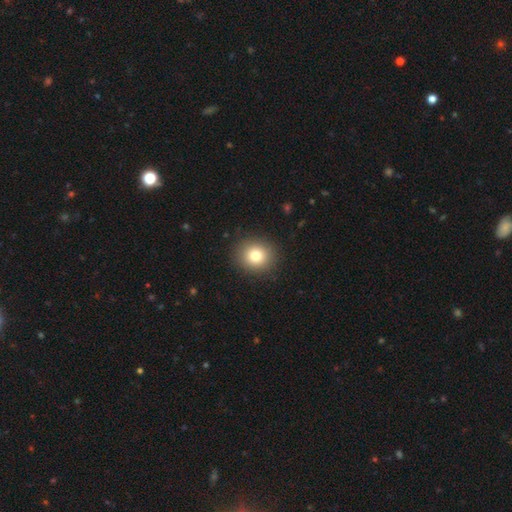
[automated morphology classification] A smooth galaxy with no disk features (80%) that is round (83%).

Vote fractions:
- Smooth or featured? smooth: 80% / star or artifact: 11% / featured or disk: 9%
- How rounded? round: 83% / in between: 16% / cigar-shaped: 1%
- Merging? none: 90% / minor disturbance: 6% / major disturbance: 2% / merger: 1%